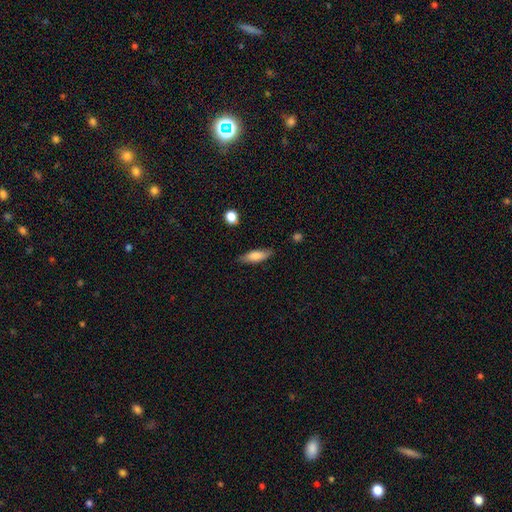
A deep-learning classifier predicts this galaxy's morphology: This is likely a smooth galaxy (78%). How rounded: possibly in between (54%). Merging: clearly none (81%).